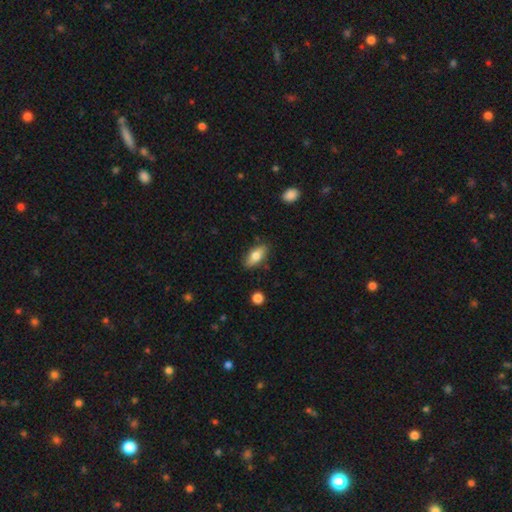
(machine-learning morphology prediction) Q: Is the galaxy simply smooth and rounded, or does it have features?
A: smooth — 74%.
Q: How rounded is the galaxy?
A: in between — 82%.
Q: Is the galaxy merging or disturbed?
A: none — 82%.